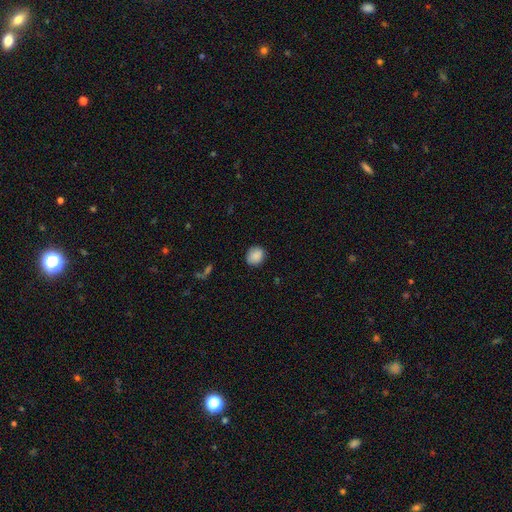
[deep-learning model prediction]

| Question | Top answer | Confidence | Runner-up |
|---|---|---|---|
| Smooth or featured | smooth | 88% | star or artifact (8%) |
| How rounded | round | 71% | in between (28%) |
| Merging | none | 86% | minor disturbance (11%) |